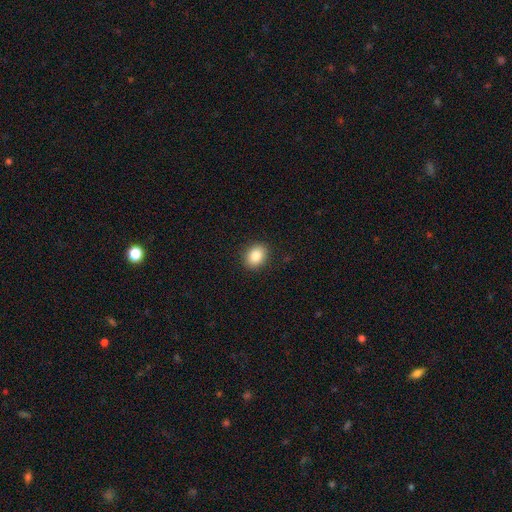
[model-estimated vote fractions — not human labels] Overall: smooth (85%). How rounded: in between (50%; round 49%). Merging: none (90%).